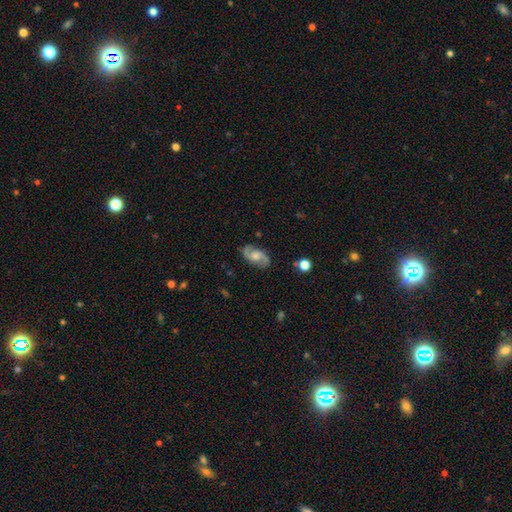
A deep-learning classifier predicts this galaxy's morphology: Smooth or featured? featured or disk (81%)
Edge-on disk? no (97%)
Bar? no (56%)
Spiral arms? yes (96%)
Spiral winding? medium (46%)
Spiral arm count? 2 (93%)
Bulge size? moderate (51%)
Merging? none (83%)